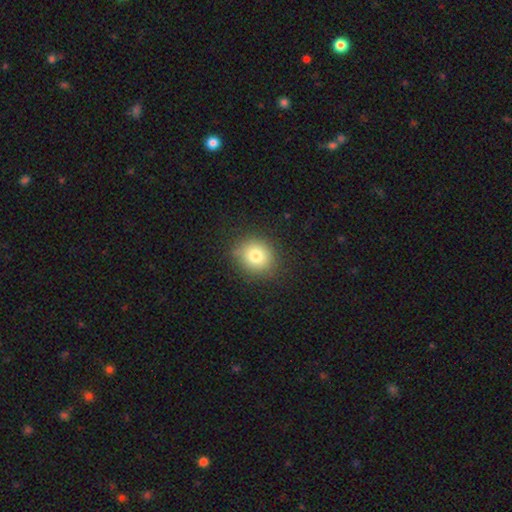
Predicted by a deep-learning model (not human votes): Smooth or featured? smooth (79%)
How rounded? round (81%)
Merging? none (84%)